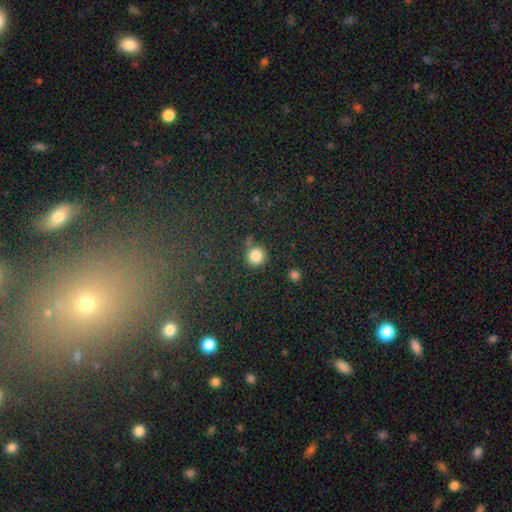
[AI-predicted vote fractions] A smooth galaxy with no disk features (84%) that is round (93%). Merging: none (75%).